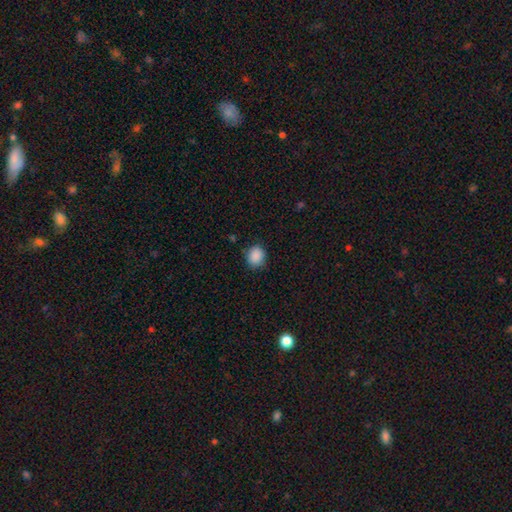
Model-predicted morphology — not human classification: A smooth galaxy with no disk features (89%) that is round (73%).

Vote fractions:
- Smooth or featured? smooth: 89% / star or artifact: 8% / featured or disk: 3%
- How rounded? round: 73% / in between: 26% / cigar-shaped: 1%
- Merging? none: 85% / minor disturbance: 11% / major disturbance: 3% / merger: 1%